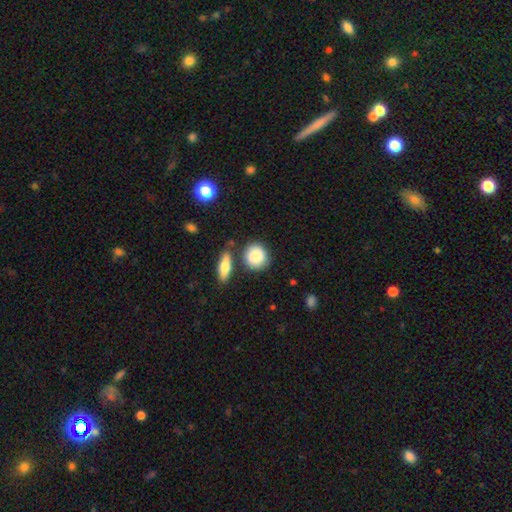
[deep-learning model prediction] Overall: smooth (84%). How rounded: round (81%). Merging: none (73%).